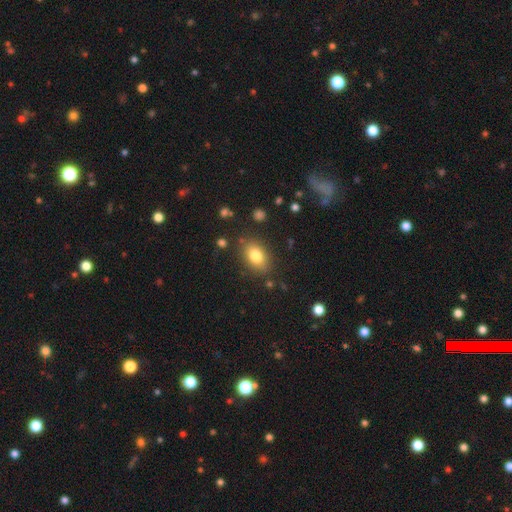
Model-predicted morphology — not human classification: Smooth or featured?
  - smooth: 80% *
  - featured or disk: 10%
  - star or artifact: 10%
How rounded?
  - in between: 81% *
  - round: 18%
  - cigar-shaped: 2%
Merging?
  - none: 83% *
  - minor disturbance: 11%
  - major disturbance: 4%
  - merger: 2%